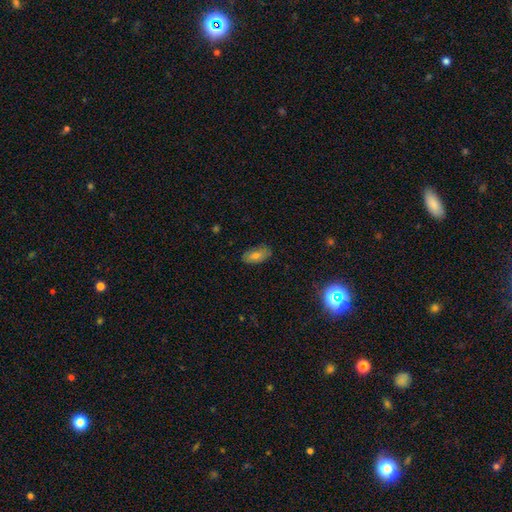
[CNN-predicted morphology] A smooth galaxy with no disk features (65%) that is in between round and cigar-shaped (88%).

Vote fractions:
- Smooth or featured? smooth: 65% / featured or disk: 21% / star or artifact: 14%
- How rounded? in between: 88% / cigar-shaped: 7% / round: 5%
- Merging? none: 83% / minor disturbance: 14% / major disturbance: 3% / merger: 1%